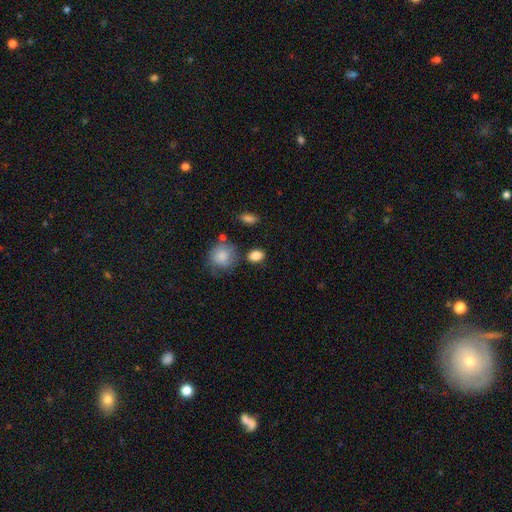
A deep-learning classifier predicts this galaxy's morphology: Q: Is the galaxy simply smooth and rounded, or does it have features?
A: smooth — 86%.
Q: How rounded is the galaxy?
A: in between — 67%.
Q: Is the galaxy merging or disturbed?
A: none — 73%.